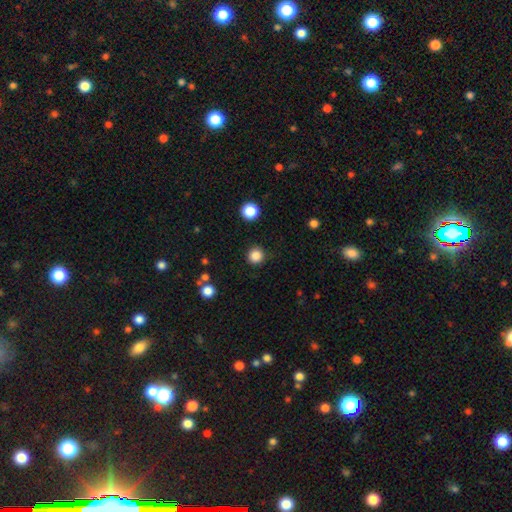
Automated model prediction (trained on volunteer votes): Smooth or featured? Predicted: smooth (p=0.85). How rounded? Predicted: round (p=0.95). Merging? Predicted: none (p=0.89).